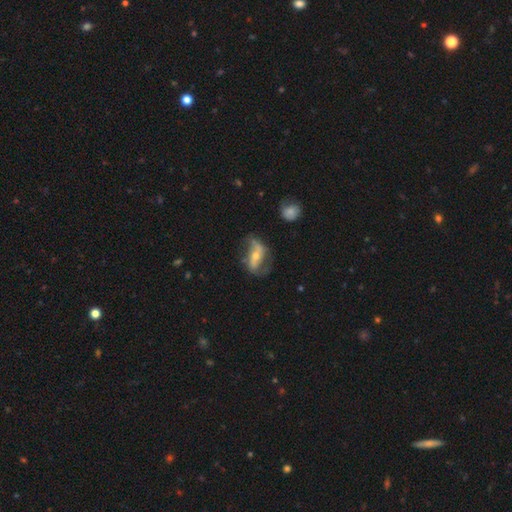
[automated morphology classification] Smooth or featured?
  - featured or disk: 71% *
  - smooth: 22%
  - star or artifact: 7%
Edge-on disk?
  - no: 90% *
  - yes: 10%
Bar?
  - strong: 48% *
  - no: 26%
  - weak: 26%
Spiral arms?
  - yes: 79% *
  - no: 21%
Spiral winding?
  - loose: 60% *
  - medium: 28%
  - tight: 12%
Spiral arm count?
  - 2: 85% *
  - can't tell: 8%
  - 1: 4%
  - 3: 1%
  - 4: 1%
  - more than 4: 1%
Bulge size?
  - moderate: 49% *
  - small: 45%
  - large: 3%
  - none: 2%
  - dominant: 1%
Merging?
  - none: 55% *
  - minor disturbance: 24%
  - major disturbance: 18%
  - merger: 3%